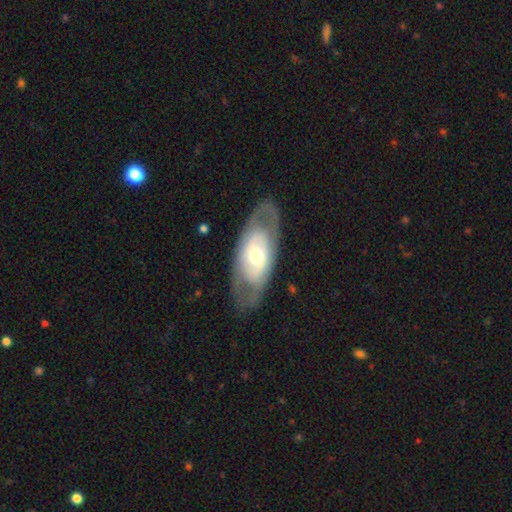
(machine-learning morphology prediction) Smooth or featured? featured or disk (64%)
Edge-on disk? no (86%)
Bar? no (69%)
Spiral arms? no (62%)
Bulge size? moderate (60%)
Merging? none (78%)